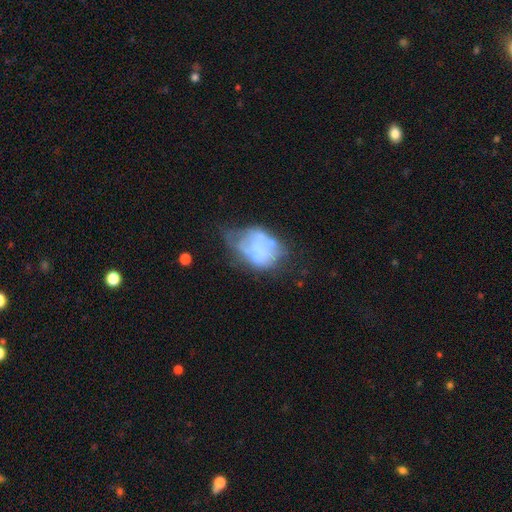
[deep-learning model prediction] A featured or disk galaxy (50%).

Vote fractions:
- Smooth or featured? featured or disk: 50% / smooth: 40% / star or artifact: 10%
- Edge-on disk? no: 98% / yes: 2%
- Merging? major disturbance: 32% / minor disturbance: 24% / none: 22% / merger: 21%